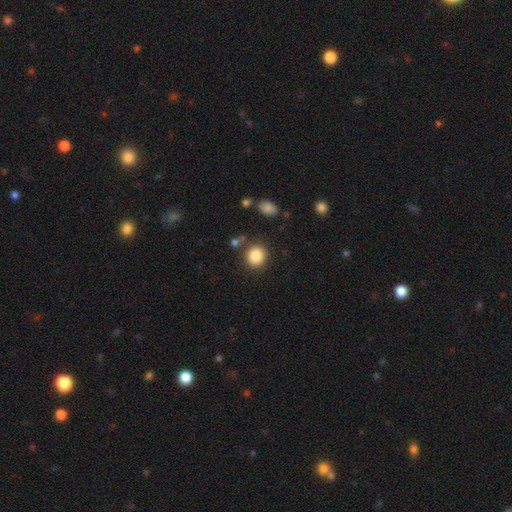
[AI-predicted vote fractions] Smooth or featured?
  - smooth: 87% *
  - star or artifact: 9%
  - featured or disk: 4%
How rounded?
  - round: 84% *
  - in between: 15%
  - cigar-shaped: 1%
Merging?
  - none: 83% *
  - minor disturbance: 9%
  - merger: 5%
  - major disturbance: 4%